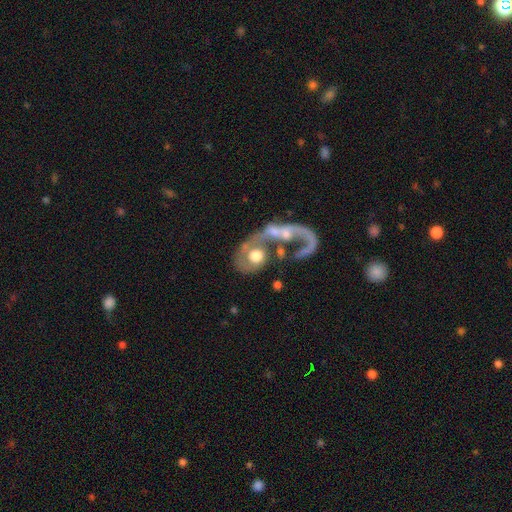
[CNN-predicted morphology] type=featured or disk (56%); edge-on=no (95%); bar=no (81%); spiral arms=no (55%); bulge=moderate (49%); merging=merger (60%).